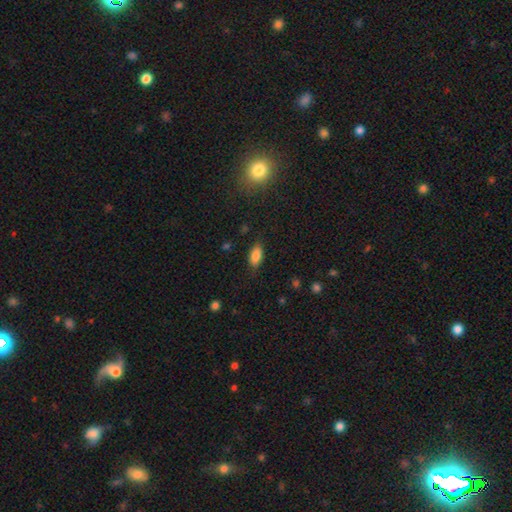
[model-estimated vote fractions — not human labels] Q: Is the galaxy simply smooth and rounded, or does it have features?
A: smooth — 84%.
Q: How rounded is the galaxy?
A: in between — 89%.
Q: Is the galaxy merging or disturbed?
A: none — 81%.